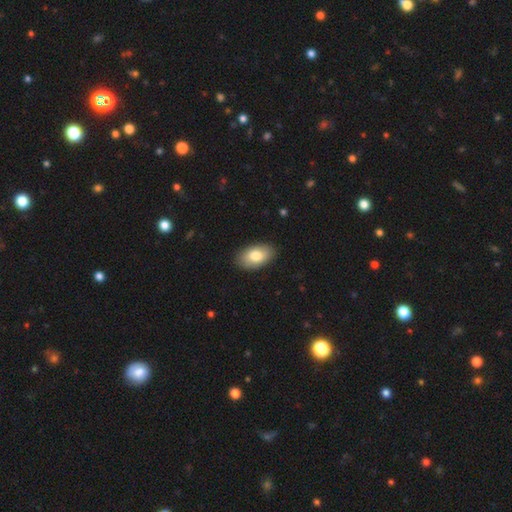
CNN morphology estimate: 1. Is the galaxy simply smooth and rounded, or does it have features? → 79% smooth, 14% featured or disk, 6% star or artifact.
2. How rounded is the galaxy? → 93% in between, 5% round, 2% cigar-shaped.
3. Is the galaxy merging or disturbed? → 88% none, 9% minor disturbance, 2% major disturbance, 1% merger.